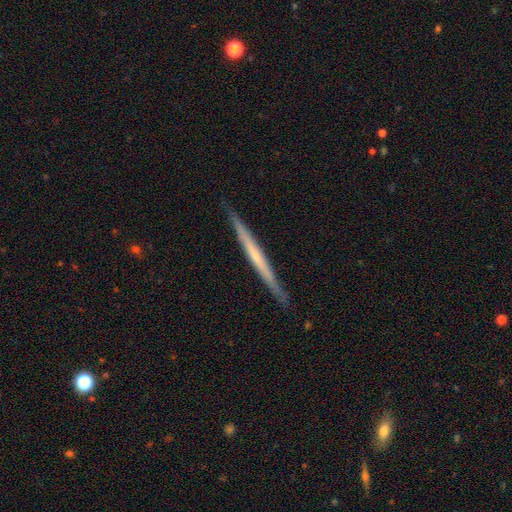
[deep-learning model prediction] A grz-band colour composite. It shows a featured or disk galaxy (63%) viewed edge-on (97%) with no central bulge (74%). Merging: none (90%).